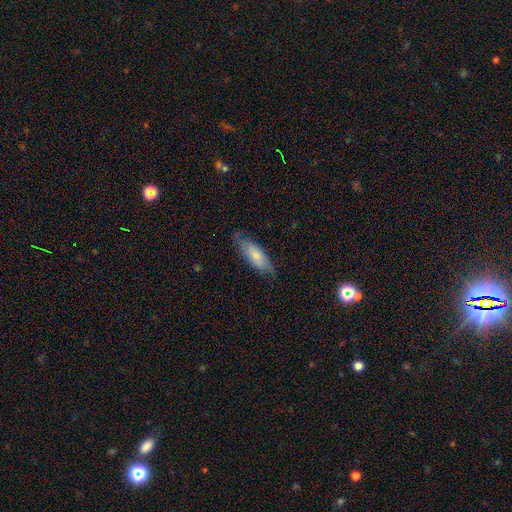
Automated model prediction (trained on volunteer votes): smooth-or-featured: smooth: 72% | featured or disk: 22% | star or artifact: 6%
  how-rounded: in between: 64% | cigar-shaped: 34% | round: 2%
  merging: none: 70% | minor disturbance: 24% | major disturbance: 5% | merger: 1%